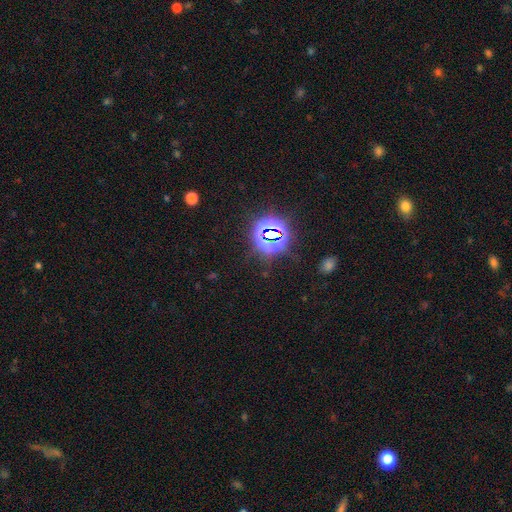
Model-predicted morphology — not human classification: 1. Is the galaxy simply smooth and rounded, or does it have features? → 79% star or artifact, 15% smooth, 6% featured or disk.